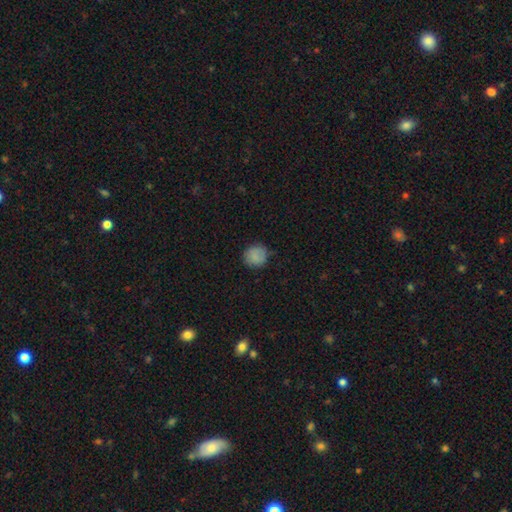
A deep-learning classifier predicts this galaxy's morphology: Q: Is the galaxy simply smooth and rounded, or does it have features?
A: smooth — 84%.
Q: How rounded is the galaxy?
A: round — 90%.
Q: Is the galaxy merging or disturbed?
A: none — 79%.